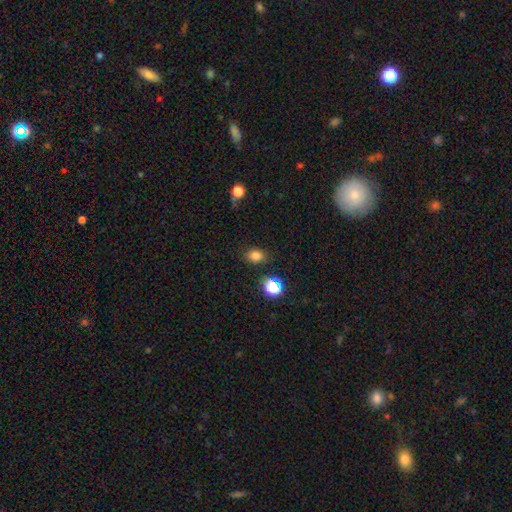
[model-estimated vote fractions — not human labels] smooth 79%, star or artifact 15%, featured or disk 6%. Down the decision tree: how rounded — in between (58%); merging — none (83%).